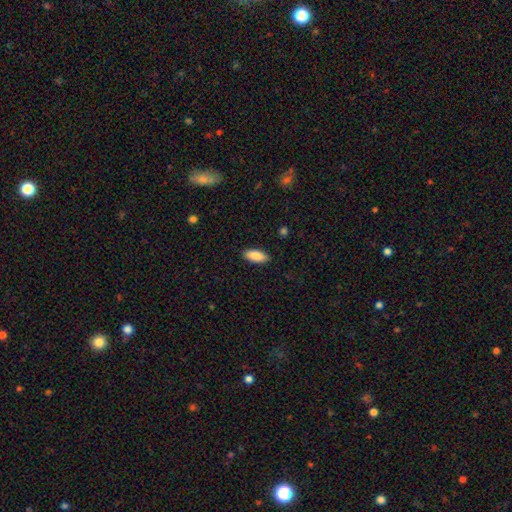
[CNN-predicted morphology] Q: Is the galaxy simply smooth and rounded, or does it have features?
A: smooth — 86%.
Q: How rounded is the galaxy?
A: in between — 82%.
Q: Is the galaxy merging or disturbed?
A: none — 89%.